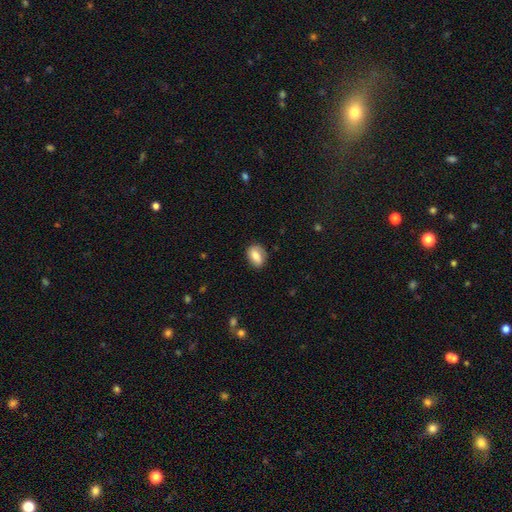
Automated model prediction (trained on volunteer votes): This is likely a smooth galaxy (71%). How rounded: likely in between (76%). Merging: likely none (75%).